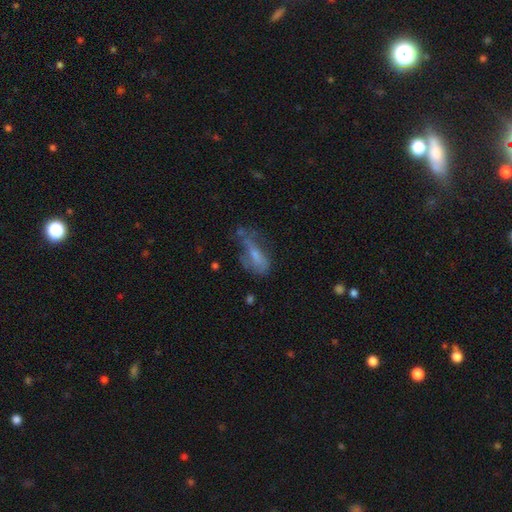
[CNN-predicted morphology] Smooth or featured? Predicted: smooth (p=0.49). Merging? Predicted: none (p=0.38).